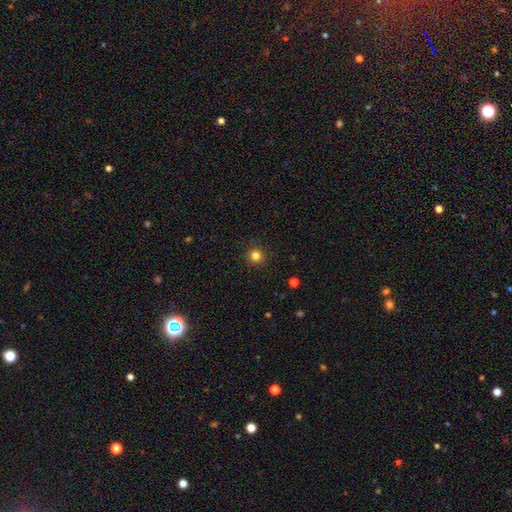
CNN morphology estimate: smooth_or_featured: smooth (p=0.83) [alt: star or artifact p=0.13]
how_rounded: round (p=0.95) [alt: in between p=0.04]
merging: none (p=0.92) [alt: minor disturbance p=0.05]